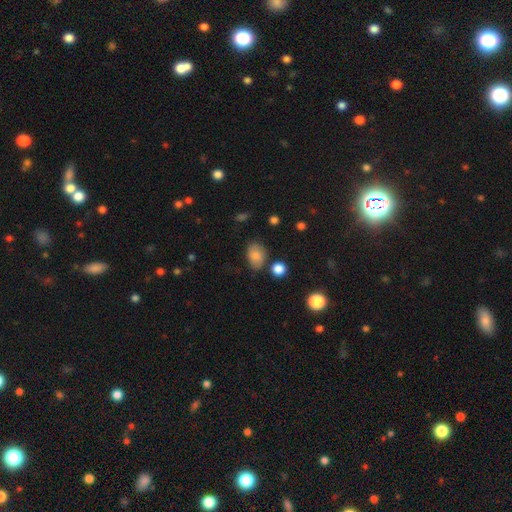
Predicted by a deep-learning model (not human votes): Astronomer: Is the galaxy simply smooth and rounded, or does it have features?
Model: smooth — 80%.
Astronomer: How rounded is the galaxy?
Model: in between — 80%.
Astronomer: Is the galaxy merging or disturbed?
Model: none — 68%.